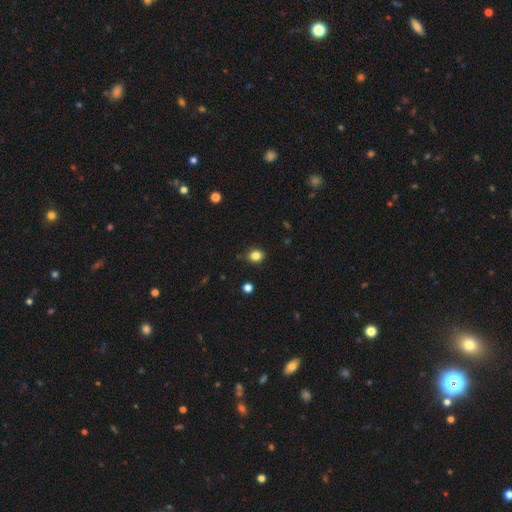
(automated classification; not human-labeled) Q: Smooth or featured?
A: smooth (84%); runner-up: star or artifact (12%)
Q: How rounded?
A: round (68%); runner-up: in between (31%)
Q: Merging?
A: none (88%); runner-up: minor disturbance (9%)